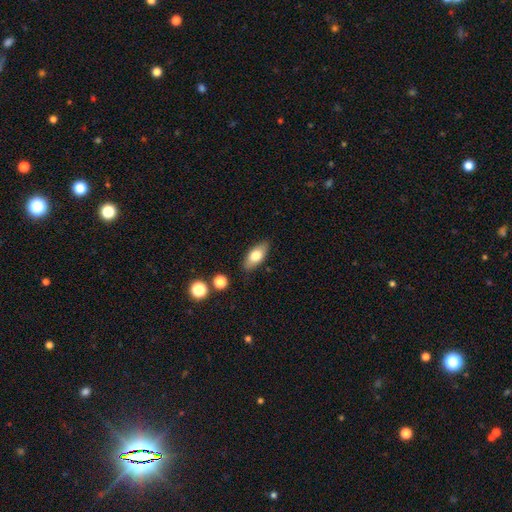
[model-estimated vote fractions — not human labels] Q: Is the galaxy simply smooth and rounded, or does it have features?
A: smooth — 73%.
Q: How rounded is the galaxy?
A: in between — 86%.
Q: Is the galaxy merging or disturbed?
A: none — 86%.